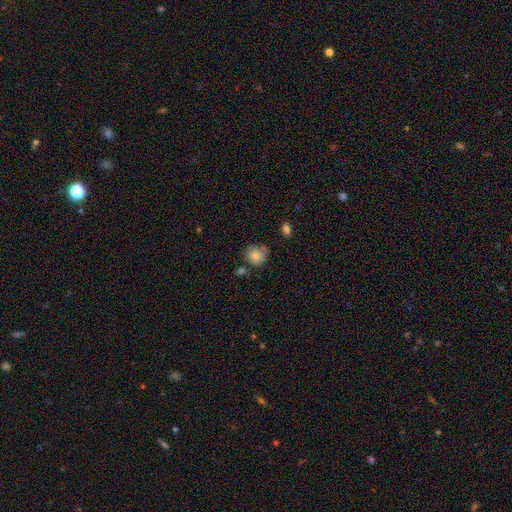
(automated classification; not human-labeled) Smooth or featured?
  - smooth: 81% *
  - featured or disk: 10%
  - star or artifact: 9%
How rounded?
  - round: 82% *
  - in between: 17%
  - cigar-shaped: 1%
Merging?
  - none: 59% *
  - minor disturbance: 24%
  - merger: 10%
  - major disturbance: 7%